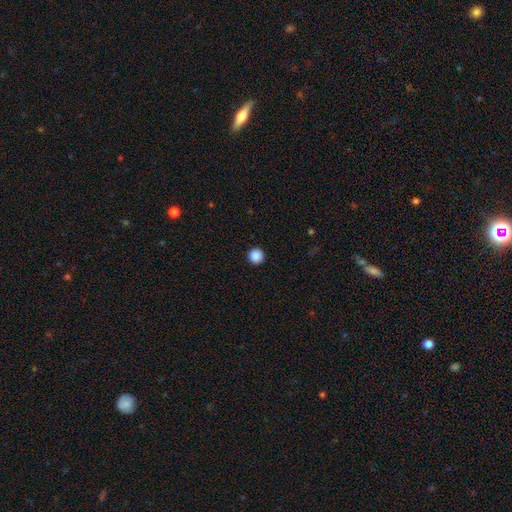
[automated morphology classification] This is clearly a smooth galaxy (89%). How rounded: clearly round (96%). Merging: clearly none (93%).